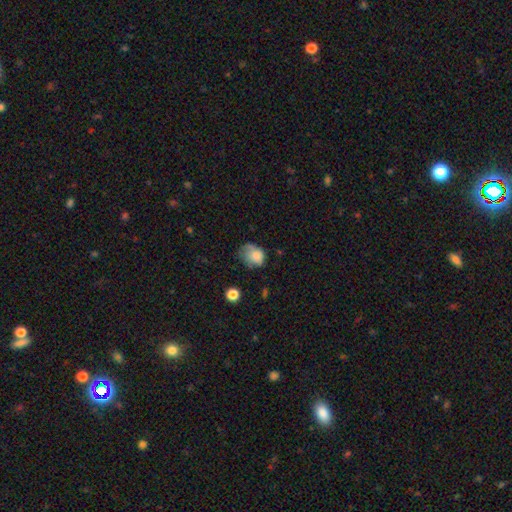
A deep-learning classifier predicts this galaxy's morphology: Overall: smooth (77%). How rounded: round (51%; in between 48%). Merging: none (39%; minor disturbance 36%).